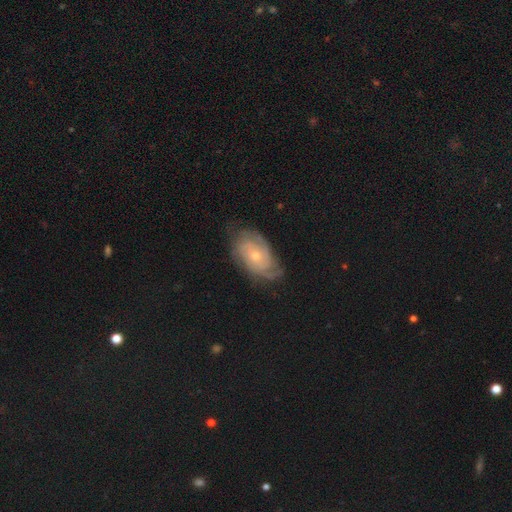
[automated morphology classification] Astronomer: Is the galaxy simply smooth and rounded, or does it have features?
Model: featured or disk — 79%.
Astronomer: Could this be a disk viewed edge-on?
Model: no — 96%.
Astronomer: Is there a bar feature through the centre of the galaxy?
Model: no — 77%.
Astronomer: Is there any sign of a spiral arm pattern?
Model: yes — 92%.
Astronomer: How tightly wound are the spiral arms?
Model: tight — 63%.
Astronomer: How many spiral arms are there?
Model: can't tell — 39% (runner-up: 2, 20%).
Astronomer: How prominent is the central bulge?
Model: small — 57% (runner-up: moderate, 39%).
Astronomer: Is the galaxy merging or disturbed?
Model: none — 68%.